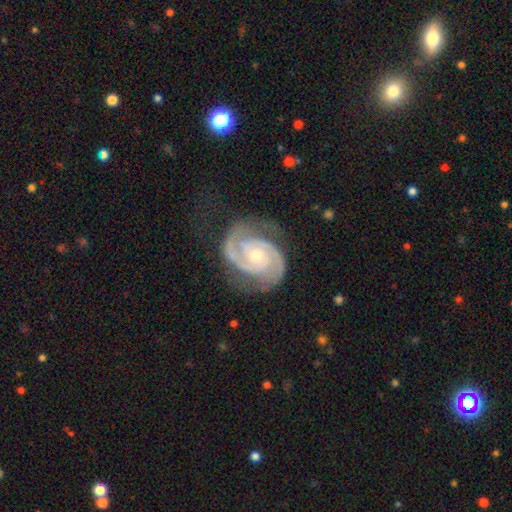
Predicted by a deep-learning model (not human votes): Morphology: type=featured or disk (93%); edge-on=no (98%); bar=no (65%); spiral arms=yes (99%); winding=tight (61%); arm count=2 (90%); bulge=small (56%); merging=none (75%).